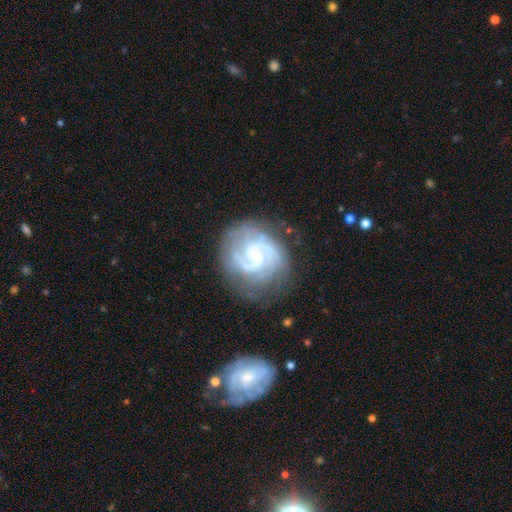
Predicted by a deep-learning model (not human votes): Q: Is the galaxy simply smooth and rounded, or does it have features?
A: featured or disk — 89%.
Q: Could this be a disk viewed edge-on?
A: no — 98%.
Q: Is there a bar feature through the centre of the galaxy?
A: no — 55%.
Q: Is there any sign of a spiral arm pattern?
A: yes — 98%.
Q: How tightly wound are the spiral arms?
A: tight — 51%.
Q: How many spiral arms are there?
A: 2 — 53%.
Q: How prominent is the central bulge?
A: small — 79%.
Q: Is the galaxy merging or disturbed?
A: none — 72%.